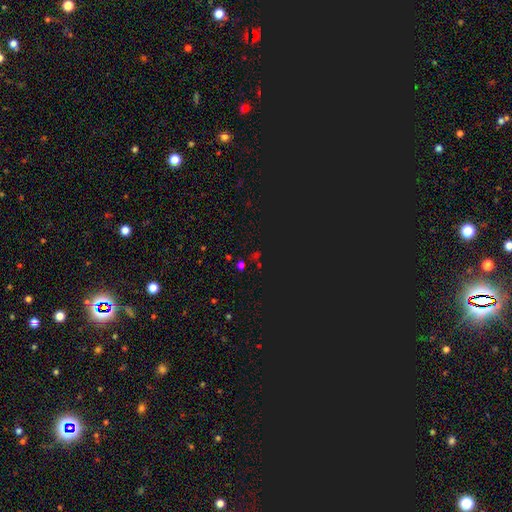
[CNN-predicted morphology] Smooth or featured? Predicted: star or artifact (p=0.63).